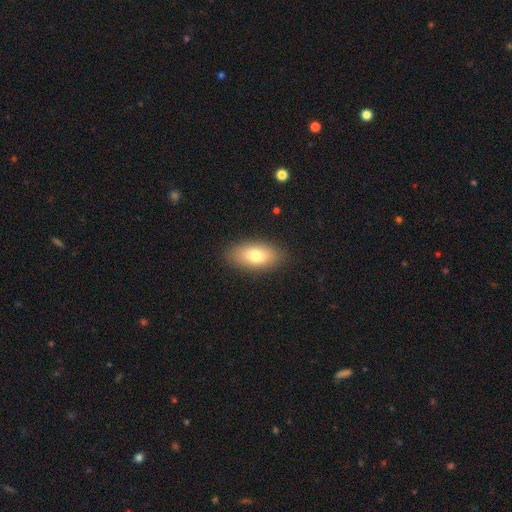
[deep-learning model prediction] smooth_or_featured: smooth (p=0.77) [alt: featured or disk p=0.15]
how_rounded: in between (p=0.91) [alt: cigar-shaped p=0.05]
merging: none (p=0.87) [alt: minor disturbance p=0.09]